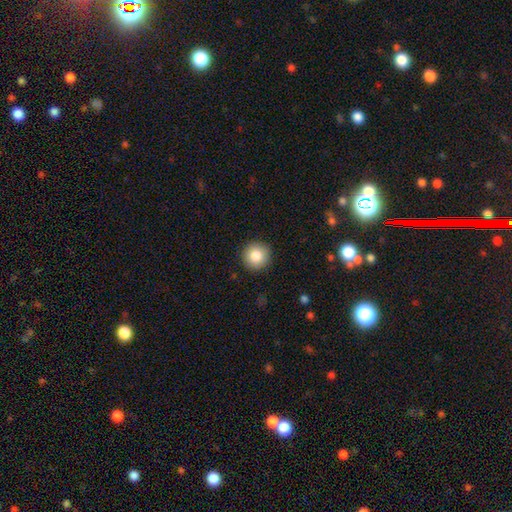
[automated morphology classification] This appears to be a smooth galaxy with no disk features (84%) that is round (95%). Merging: none (92%).